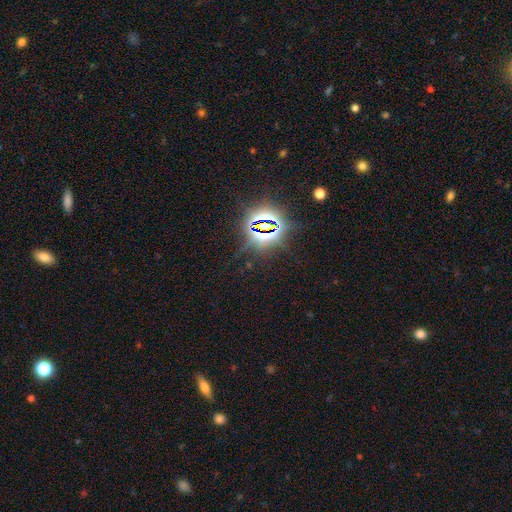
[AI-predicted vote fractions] star or artifact 82%, smooth 11%, featured or disk 7%.